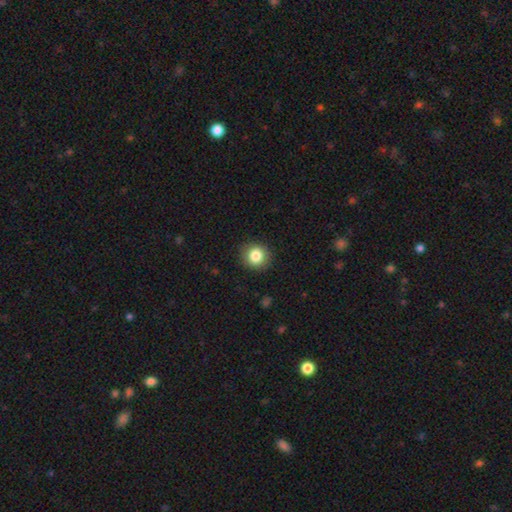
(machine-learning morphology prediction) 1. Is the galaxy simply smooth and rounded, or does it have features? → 84% smooth, 10% star or artifact, 6% featured or disk.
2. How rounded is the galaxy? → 92% round, 7% in between, 1% cigar-shaped.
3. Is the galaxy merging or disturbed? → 90% none, 7% minor disturbance, 2% major disturbance, 1% merger.